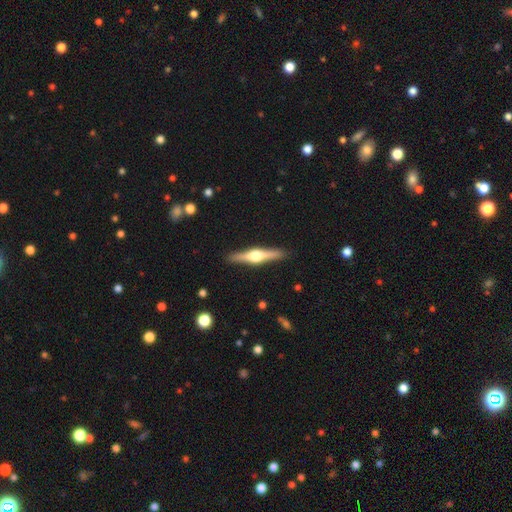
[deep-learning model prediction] Morphology: type=featured or disk (76%); edge-on=yes (98%); edge-on bulge=rounded (94%); merging=none (91%).